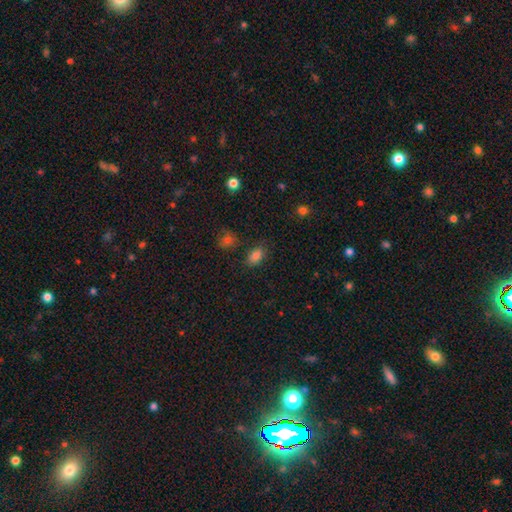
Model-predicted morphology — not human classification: A smooth galaxy with no disk features (83%) that is in between round and cigar-shaped (86%). Merging: none (80%).